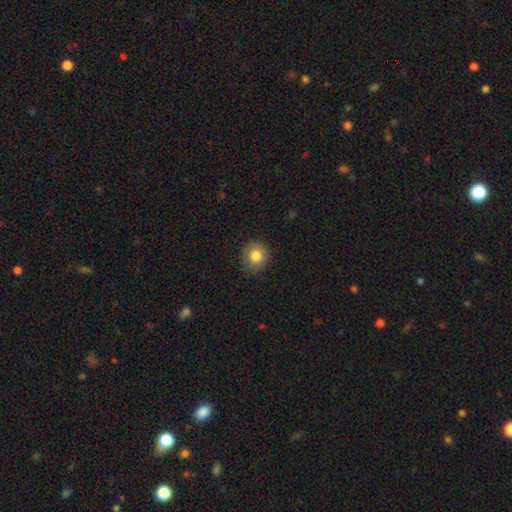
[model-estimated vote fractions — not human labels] Smooth or featured? Predicted: smooth (p=0.82). How rounded? Predicted: round (p=0.87). Merging? Predicted: none (p=0.87).